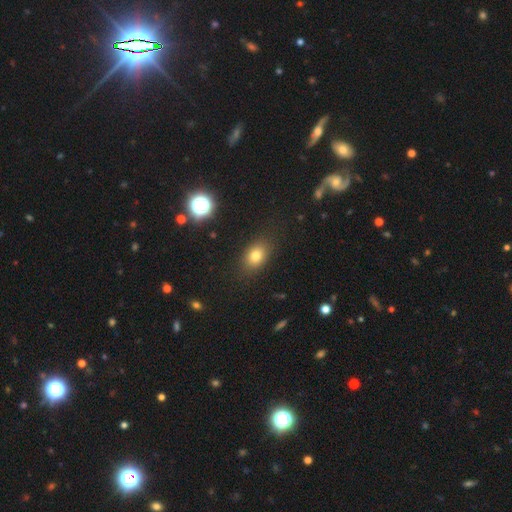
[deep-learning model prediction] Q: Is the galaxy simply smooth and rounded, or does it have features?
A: smooth — 77%.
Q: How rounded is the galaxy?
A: in between — 69%.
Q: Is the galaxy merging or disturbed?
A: none — 83%.